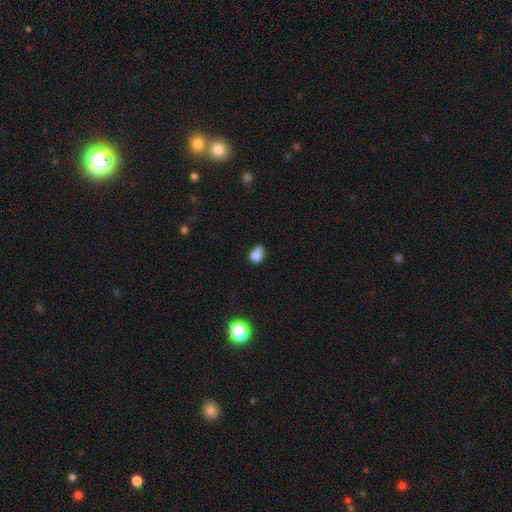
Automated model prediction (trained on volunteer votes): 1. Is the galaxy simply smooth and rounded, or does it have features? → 78% smooth, 12% star or artifact, 10% featured or disk.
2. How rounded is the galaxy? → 57% in between, 42% round, 1% cigar-shaped.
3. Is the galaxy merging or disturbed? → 38% none, 33% minor disturbance, 16% merger, 13% major disturbance.